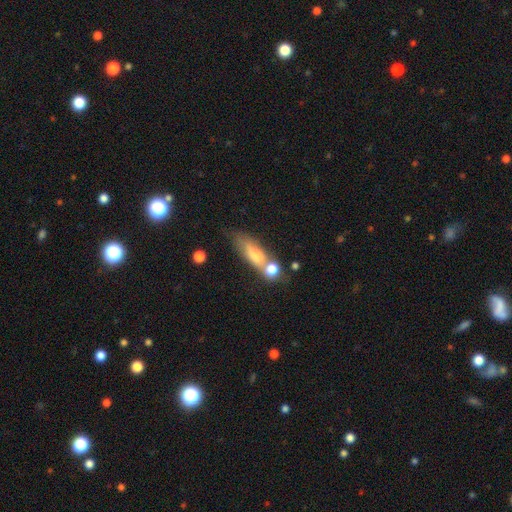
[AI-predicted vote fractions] Smooth or featured?
  - smooth: 70% *
  - featured or disk: 21%
  - star or artifact: 9%
How rounded?
  - in between: 55% *
  - cigar-shaped: 36%
  - round: 9%
Merging?
  - merger: 37% *
  - none: 34%
  - minor disturbance: 17%
  - major disturbance: 12%